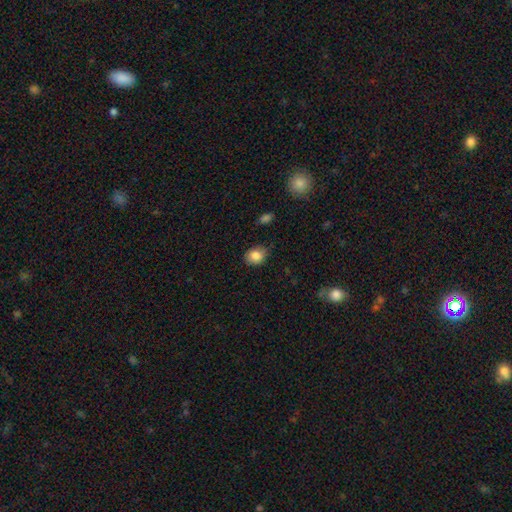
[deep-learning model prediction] This is clearly a smooth galaxy (85%). How rounded: possibly round (51%). Merging: likely none (76%).